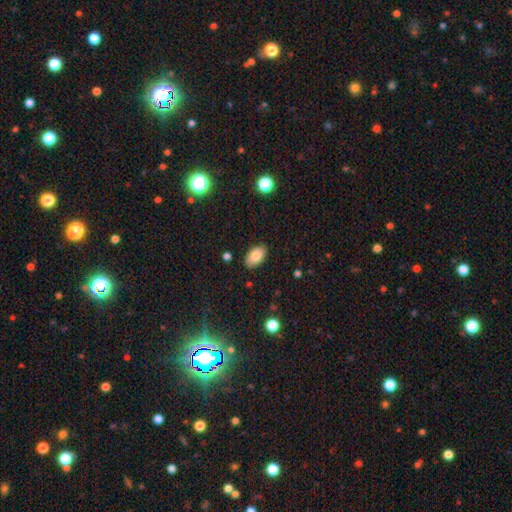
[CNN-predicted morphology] Smooth or featured? Predicted: smooth (p=0.82). How rounded? Predicted: in between (p=0.94). Merging? Predicted: none (p=0.86).